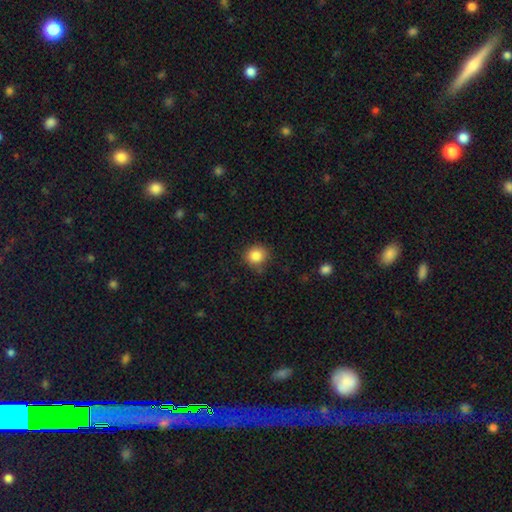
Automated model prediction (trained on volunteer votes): This is clearly a smooth galaxy (85%). How rounded: clearly round (87%). Merging: clearly none (84%).